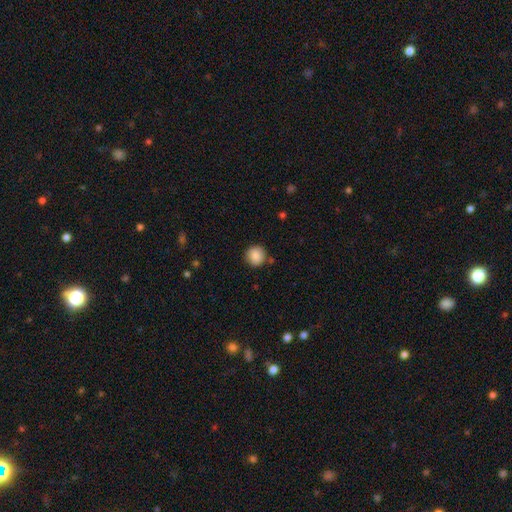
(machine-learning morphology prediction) A smooth galaxy with no disk features (86%) that is round (93%). Merging: none (86%).